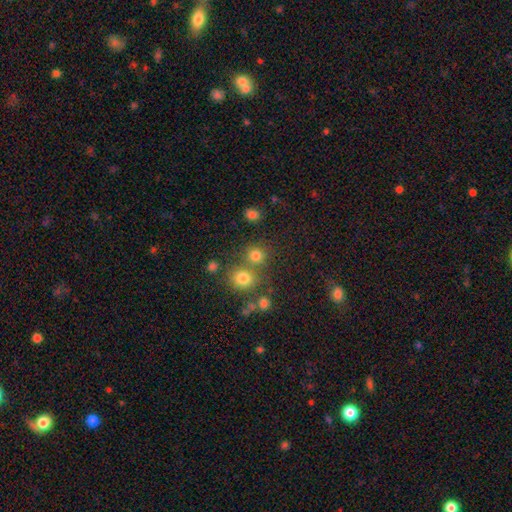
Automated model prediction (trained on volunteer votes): Smooth or featured? smooth (77%)
How rounded? round (86%)
Merging? none (63%)